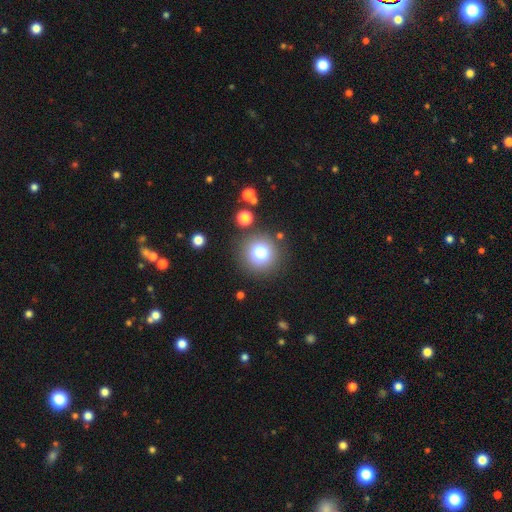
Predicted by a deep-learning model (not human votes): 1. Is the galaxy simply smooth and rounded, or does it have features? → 68% smooth, 23% star or artifact, 9% featured or disk.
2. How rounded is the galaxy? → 94% round, 5% in between, 1% cigar-shaped.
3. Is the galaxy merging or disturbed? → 84% none, 7% minor disturbance, 5% merger, 3% major disturbance.